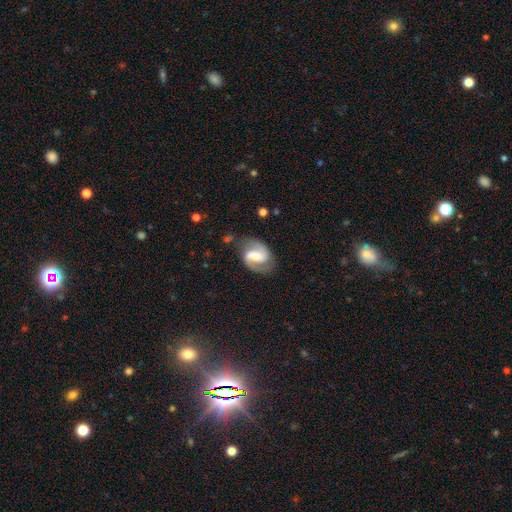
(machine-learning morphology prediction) Smooth or featured: featured or disk — 82% (smooth — 12%)
Edge-on disk: no — 98% (yes — 2%)
Bar: weak — 45% (strong — 35%)
Spiral arms: yes — 95% (no — 5%)
Spiral winding: medium — 54% (loose — 25%)
Spiral arm count: 2 — 90% (can't tell — 3%)
Bulge size: moderate — 42% (small — 29%)
Merging: none — 74% (minor disturbance — 17%)